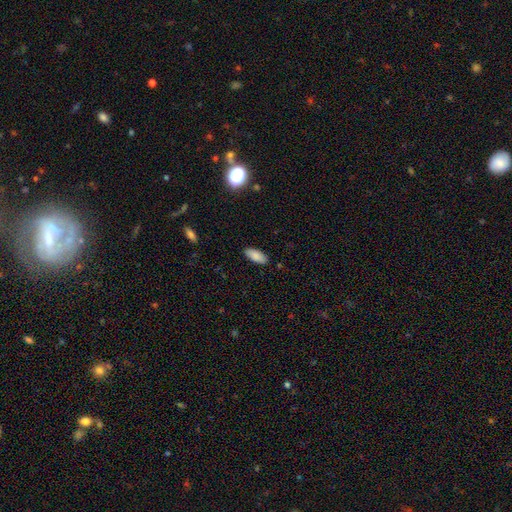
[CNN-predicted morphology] Smooth or featured: smooth — 87% (star or artifact — 7%)
How rounded: in between — 83% (cigar-shaped — 15%)
Merging: none — 87% (minor disturbance — 9%)